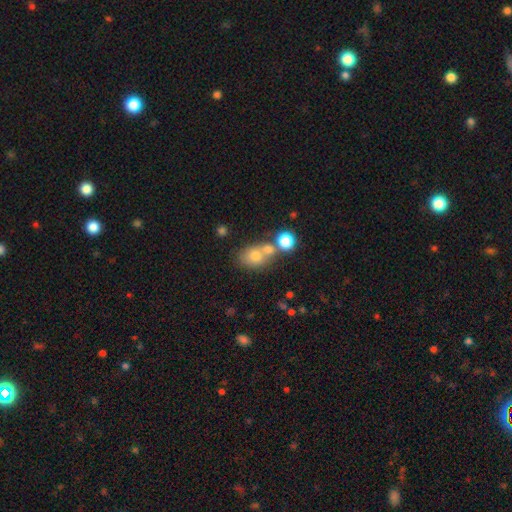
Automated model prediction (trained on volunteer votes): Smooth or featured? Predicted: smooth (p=0.72). How rounded? Predicted: in between (p=0.55). Merging? Predicted: merger (p=0.44).